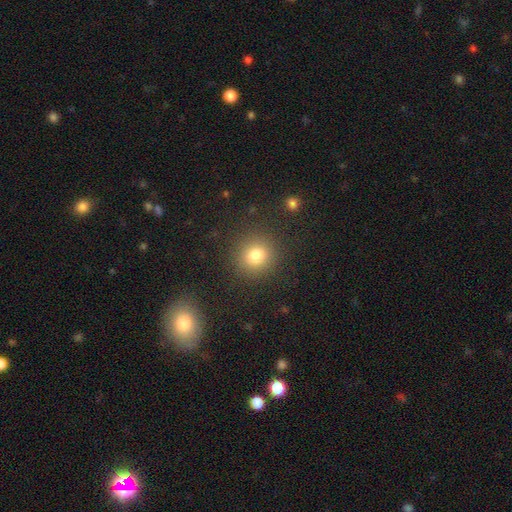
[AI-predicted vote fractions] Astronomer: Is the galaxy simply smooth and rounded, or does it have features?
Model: smooth — 79%.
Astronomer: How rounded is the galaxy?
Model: round — 88%.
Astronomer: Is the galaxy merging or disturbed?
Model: none — 88%.